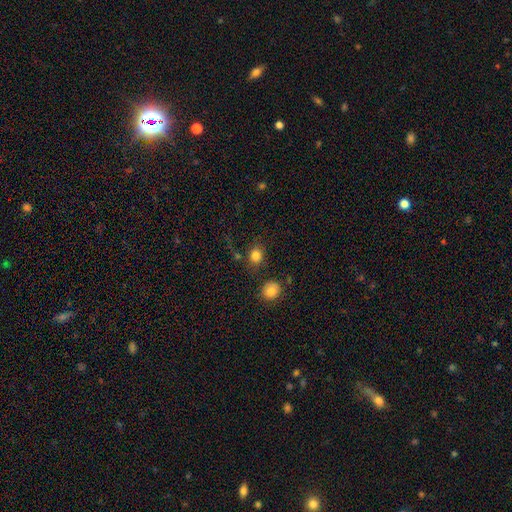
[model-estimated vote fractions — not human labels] Smooth or featured? smooth (82%)
How rounded? round (66%)
Merging? none (75%)